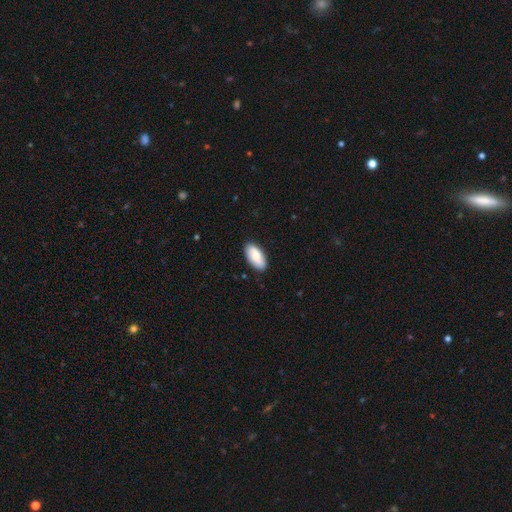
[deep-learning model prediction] This is likely a smooth galaxy (75%). How rounded: clearly in between (92%). Merging: clearly none (86%).